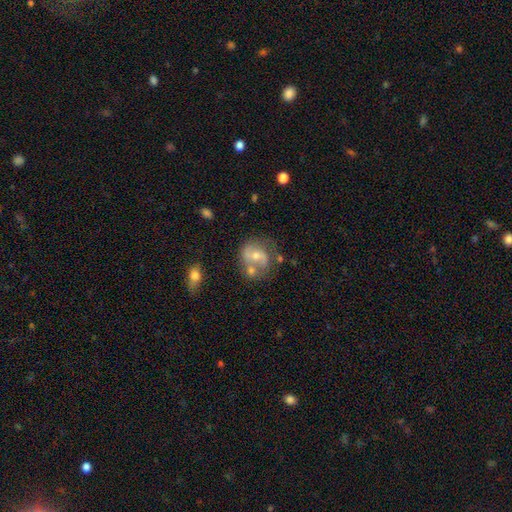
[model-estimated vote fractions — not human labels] smooth_or_featured: featured or disk (p=0.59) [alt: smooth p=0.32]
disk_edge_on: no (p=0.97) [alt: yes p=0.03]
bar: no (p=0.56) [alt: weak p=0.34]
has_spiral_arms: yes (p=0.74) [alt: no p=0.26]
bulge_size: moderate (p=0.53) [alt: small p=0.40]
merging: none (p=0.43) [alt: merger p=0.26]